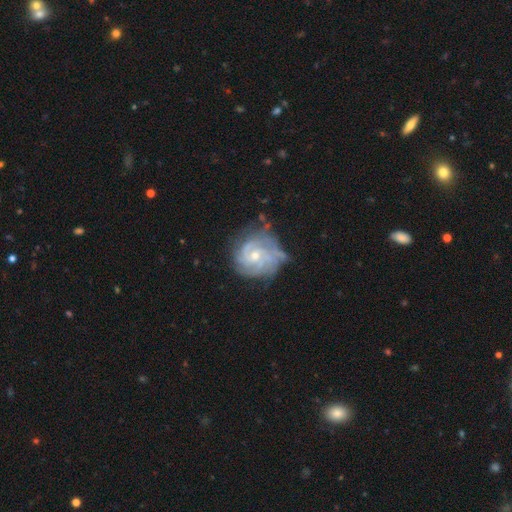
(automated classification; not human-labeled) Smooth or featured?
  - featured or disk: 86% *
  - smooth: 8%
  - star or artifact: 6%
Edge-on disk?
  - no: 98% *
  - yes: 2%
Bar?
  - no: 66% *
  - weak: 29%
  - strong: 5%
Spiral arms?
  - yes: 96% *
  - no: 4%
Spiral winding?
  - tight: 68% *
  - medium: 27%
  - loose: 6%
Spiral arm count?
  - can't tell: 30% *
  - 3: 24%
  - 2: 17%
  - 4: 16%
  - more than 4: 7%
  - 1: 6%
Bulge size?
  - small: 53% *
  - moderate: 43%
  - large: 1%
  - none: 1%
  - dominant: 1%
Merging?
  - none: 63% *
  - minor disturbance: 23%
  - major disturbance: 11%
  - merger: 3%